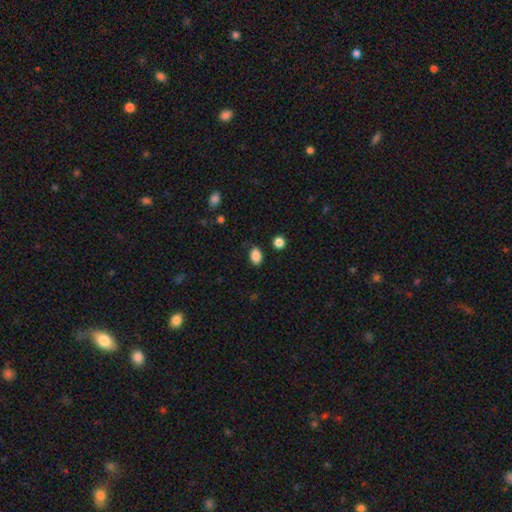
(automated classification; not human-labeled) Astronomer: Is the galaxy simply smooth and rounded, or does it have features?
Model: smooth — 88%.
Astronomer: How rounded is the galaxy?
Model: in between — 82%.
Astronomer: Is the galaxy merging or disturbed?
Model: none — 83%.